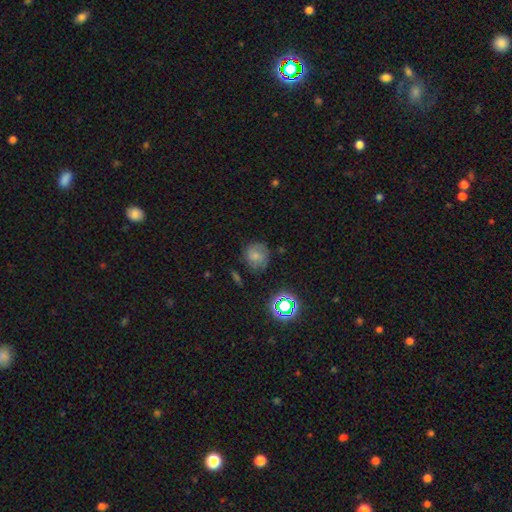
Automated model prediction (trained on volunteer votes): Smooth or featured? smooth (65%)
How rounded? round (84%)
Merging? none (70%)